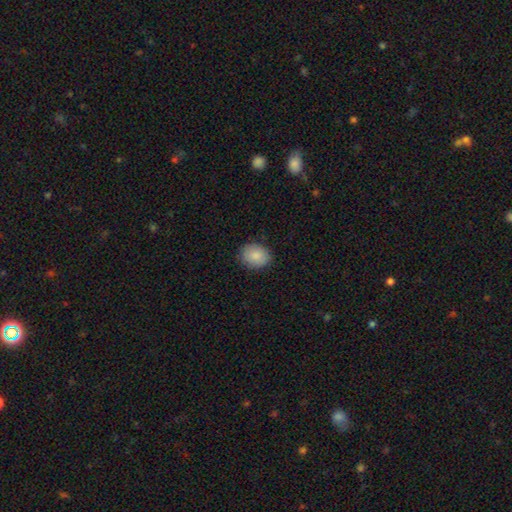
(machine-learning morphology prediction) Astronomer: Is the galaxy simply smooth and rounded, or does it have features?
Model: smooth — 88%.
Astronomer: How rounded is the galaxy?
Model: in between — 53% (runner-up: round, 46%).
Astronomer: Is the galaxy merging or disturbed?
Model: none — 86%.